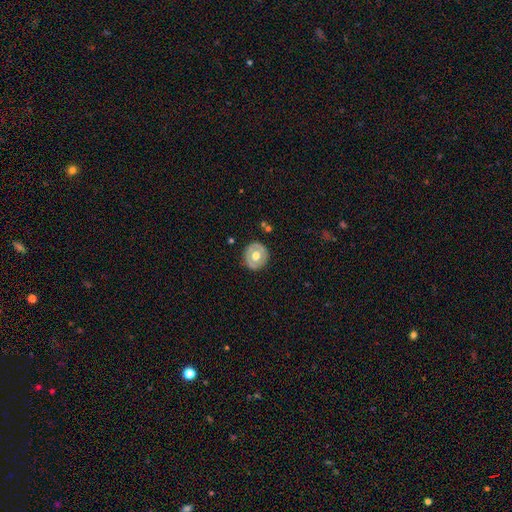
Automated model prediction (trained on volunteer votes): Q: Smooth or featured?
A: smooth (47%); tied with: featured or disk (47%)
Q: Merging?
A: none (85%); runner-up: minor disturbance (10%)